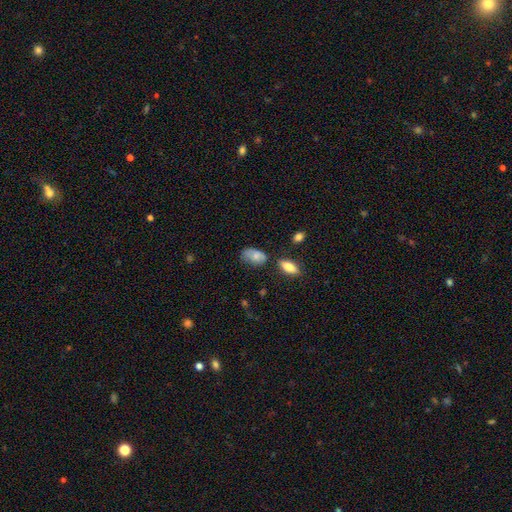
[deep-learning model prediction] This is likely a smooth galaxy (77%). How rounded: clearly in between (91%). Merging: possibly none (50%).